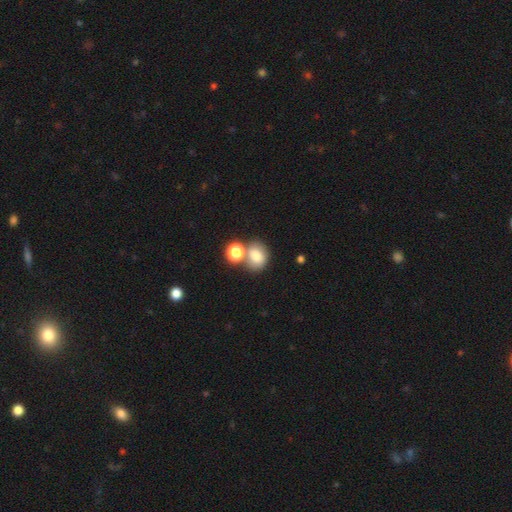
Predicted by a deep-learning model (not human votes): A smooth galaxy with no disk features (78%) that is round (54%). Merging: none (49%).